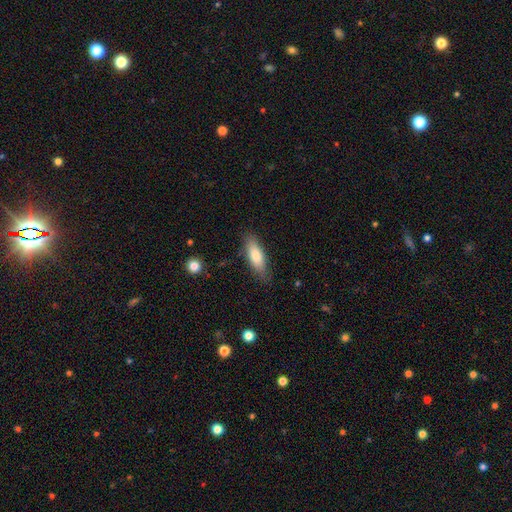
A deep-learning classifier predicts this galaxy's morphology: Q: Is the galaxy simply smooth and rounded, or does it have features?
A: smooth — 80%.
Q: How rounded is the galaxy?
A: in between — 62%.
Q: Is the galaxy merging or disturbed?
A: none — 81%.